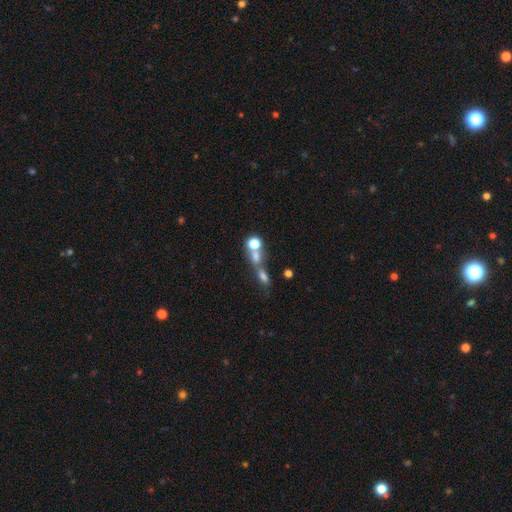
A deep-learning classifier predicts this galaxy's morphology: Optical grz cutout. It shows a smooth galaxy with no disk features (60%) that is round (59%). Merging: merger (52%).